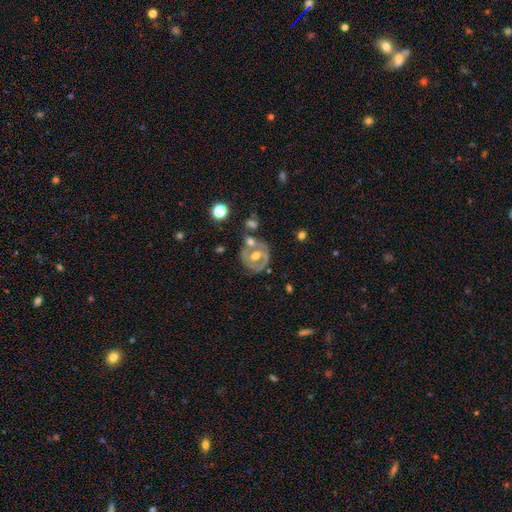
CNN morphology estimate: Overall: featured or disk (68%). Edge-on disk: no (96%). Bar: no (50%; weak 35%). Spiral arms: yes (55%; no 45%). Bulge size: moderate (76%). Merging: none (53%; merger 22%).